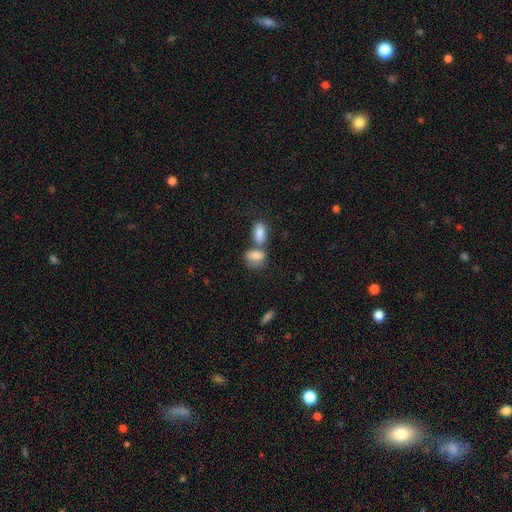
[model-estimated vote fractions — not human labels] smooth_or_featured: smooth (p=0.82) [alt: featured or disk p=0.10]
how_rounded: in between (p=0.83) [alt: round p=0.15]
merging: merger (p=0.53) [alt: none p=0.31]